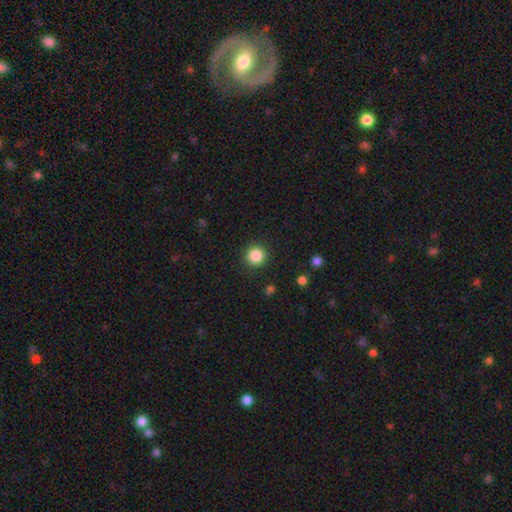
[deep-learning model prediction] This appears to be a smooth galaxy with no disk features (86%) that is round (94%). Merging: none (91%).